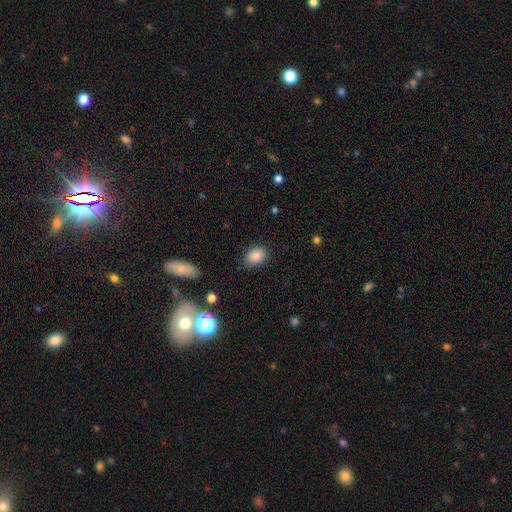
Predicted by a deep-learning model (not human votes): A smooth galaxy with no disk features (86%) that is in between round and cigar-shaped (66%). Merging: none (84%).